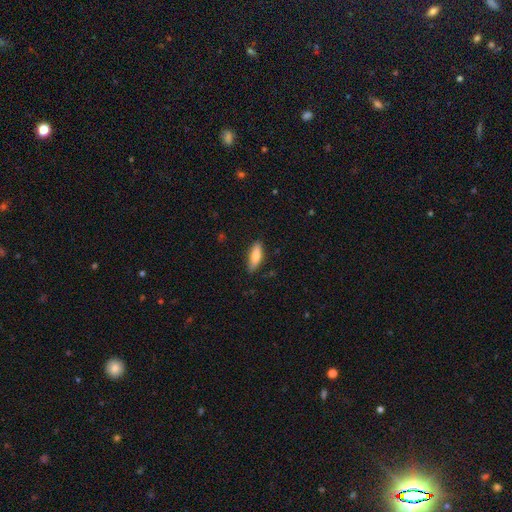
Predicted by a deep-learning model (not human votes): Morphology: type=smooth (75%); roundness=in between (51%); merging=none (84%).